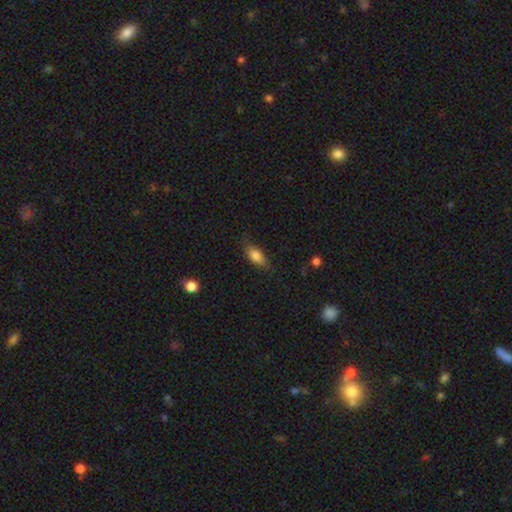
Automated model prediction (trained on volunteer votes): Smooth or featured: smooth — 78% (featured or disk — 14%)
How rounded: in between — 83% (cigar-shaped — 12%)
Merging: none — 73% (minor disturbance — 21%)